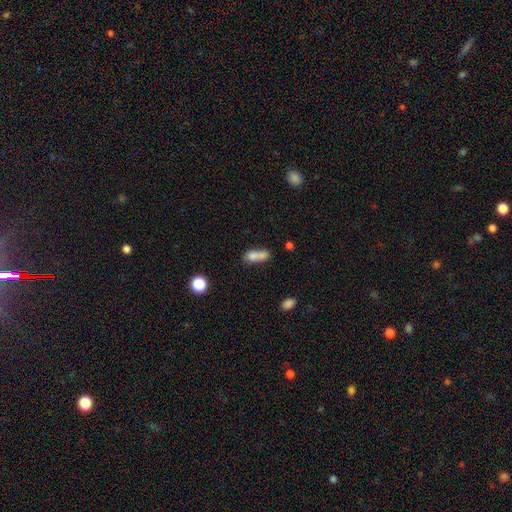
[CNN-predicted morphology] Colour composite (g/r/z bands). It shows a smooth galaxy with no disk features (74%) that is in between round and cigar-shaped (68%). Merging: merger (49%).